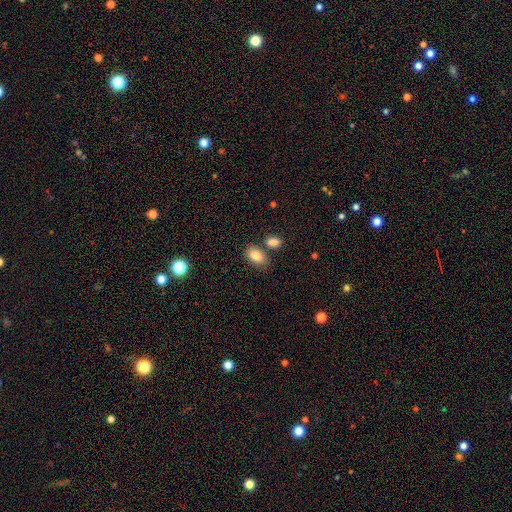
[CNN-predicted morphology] smooth_or_featured: smooth (p=0.83) [alt: featured or disk p=0.08]
how_rounded: in between (p=0.89) [alt: round p=0.09]
merging: none (p=0.67) [alt: merger p=0.17]